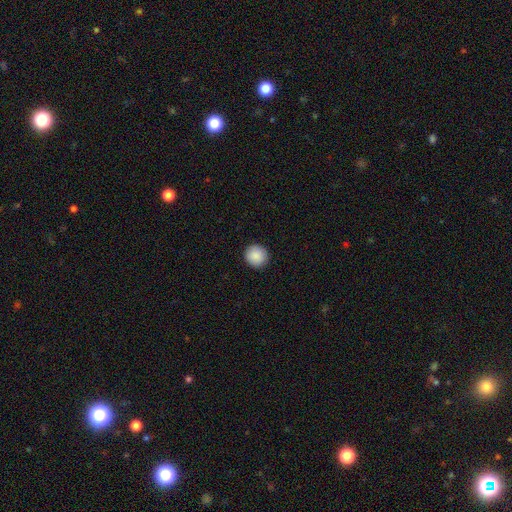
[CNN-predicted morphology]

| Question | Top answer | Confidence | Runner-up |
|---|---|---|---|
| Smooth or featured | smooth | 89% | star or artifact (7%) |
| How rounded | round | 94% | in between (5%) |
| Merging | none | 92% | minor disturbance (6%) |